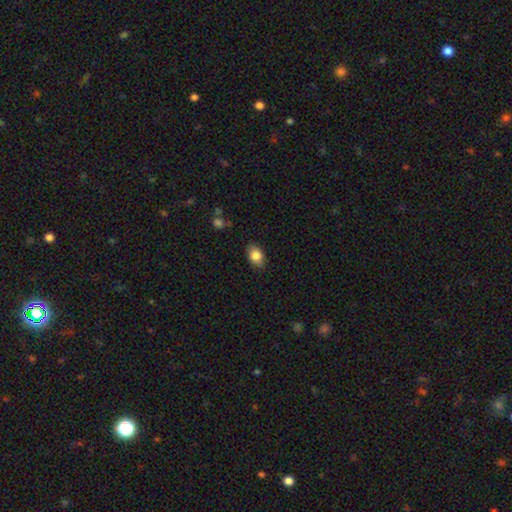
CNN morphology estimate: smooth 83%, featured or disk 9%, star or artifact 8%. Down the decision tree: how rounded — in between (83%); merging — none (83%).